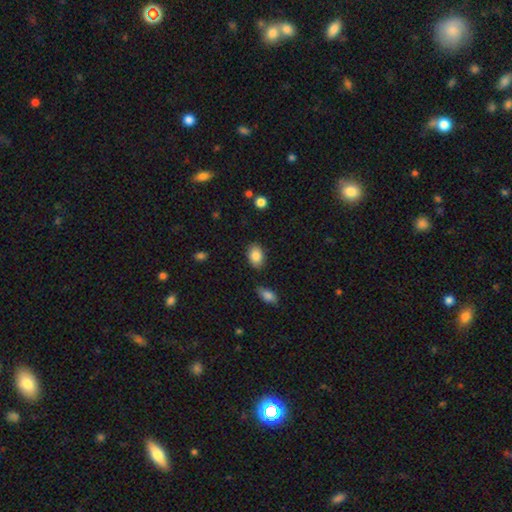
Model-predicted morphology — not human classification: The model was most divided on "how rounded": in between: 83%, round: 16%, cigar-shaped: 1%. More confident: smooth or featured — smooth (86%); merging — none (82%).